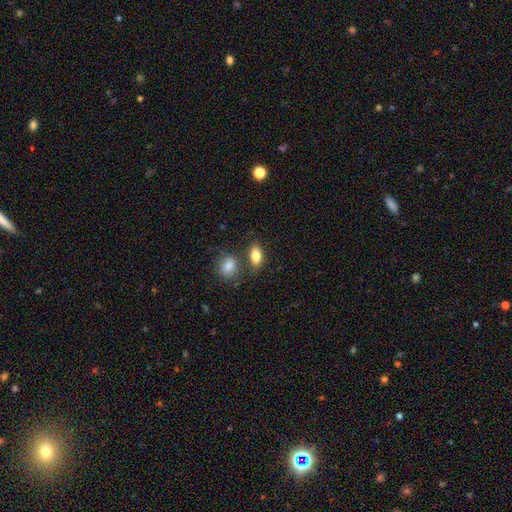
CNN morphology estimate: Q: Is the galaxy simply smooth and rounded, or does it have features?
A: smooth — 82%.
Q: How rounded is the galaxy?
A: in between — 86%.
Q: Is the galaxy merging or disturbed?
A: none — 71%.